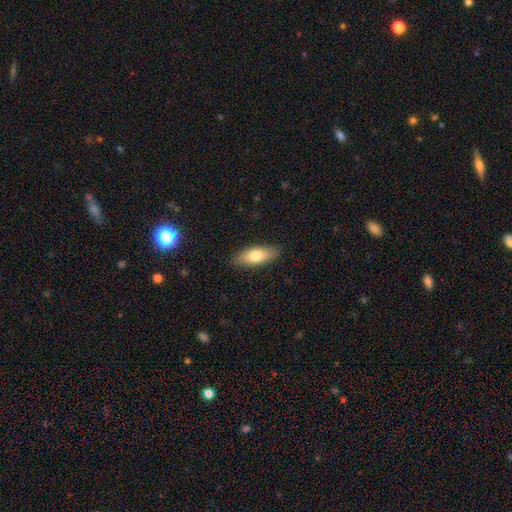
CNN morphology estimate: A smooth galaxy with no disk features (76%) that is in between round and cigar-shaped (74%). Merging: none (87%).